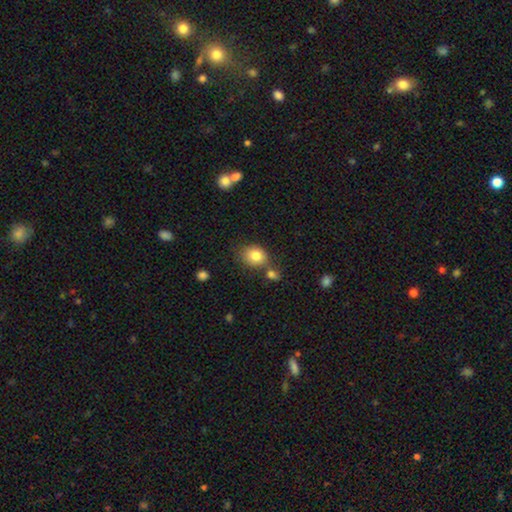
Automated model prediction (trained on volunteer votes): smooth 81%, star or artifact 9%, featured or disk 9%. Down the decision tree: how rounded — round (55%); merging — none (60%).